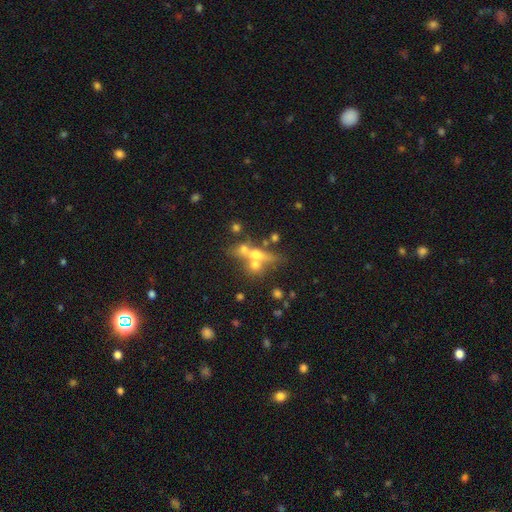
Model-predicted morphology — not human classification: type=featured or disk (44%); merging=merger (49%).